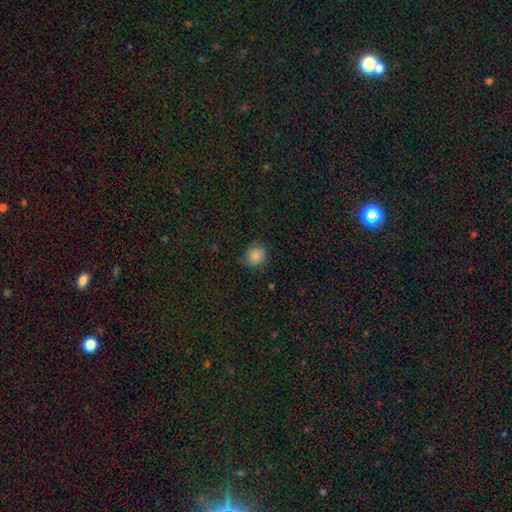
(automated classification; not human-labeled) Smooth or featured? smooth (82%)
How rounded? round (81%)
Merging? none (69%)